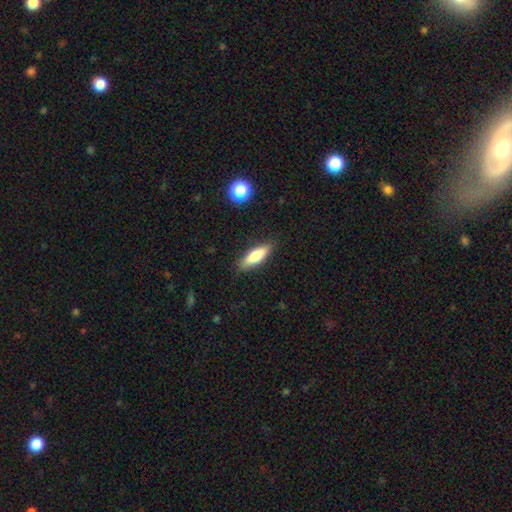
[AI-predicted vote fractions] Smooth or featured? smooth (74%)
How rounded? in between (51%)
Merging? none (86%)